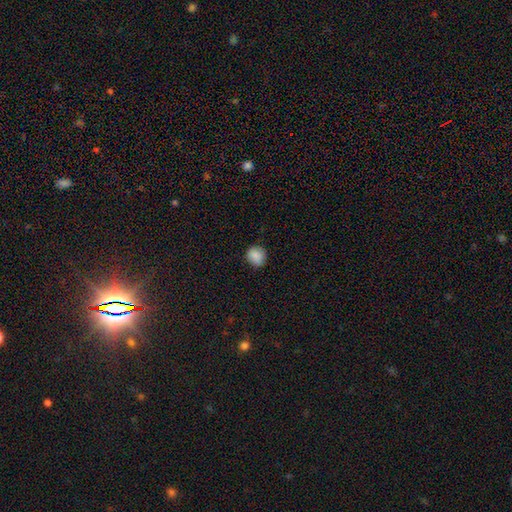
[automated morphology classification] Smooth or featured? Predicted: smooth (p=0.88). How rounded? Predicted: round (p=0.77). Merging? Predicted: none (p=0.83).